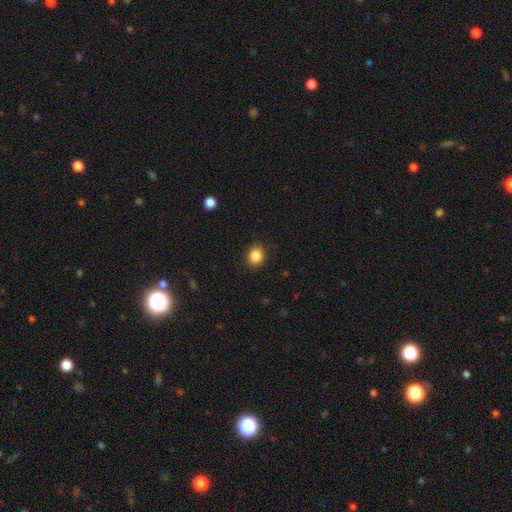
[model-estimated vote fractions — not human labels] The model was most divided on "how rounded": round: 71%, in between: 28%, cigar-shaped: 1%. More confident: merging — none (89%); smooth or featured — smooth (87%).